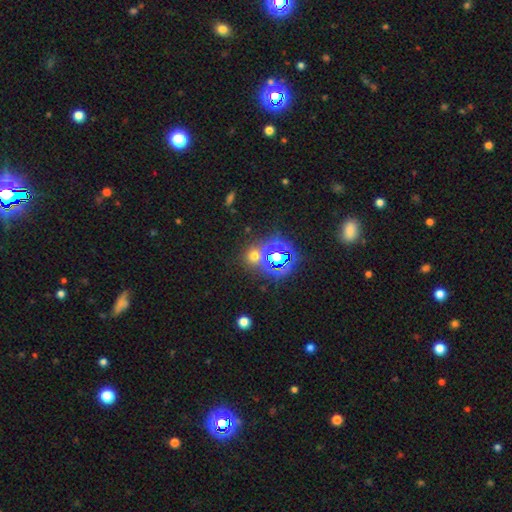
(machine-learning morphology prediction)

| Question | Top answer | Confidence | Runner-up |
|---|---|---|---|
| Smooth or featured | star or artifact | 53% | smooth (38%) |